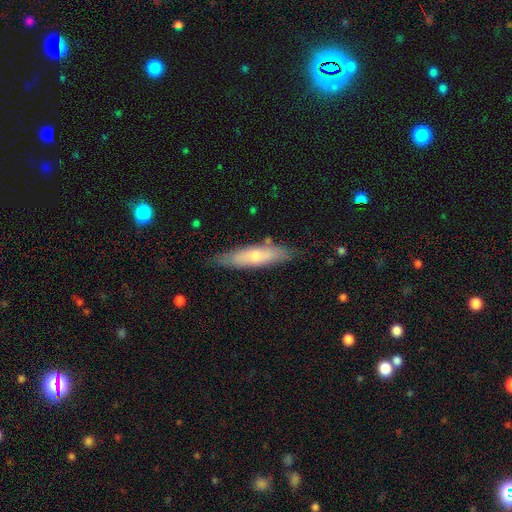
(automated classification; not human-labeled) Q: Smooth or featured?
A: smooth (54%); runner-up: featured or disk (40%)
Q: How rounded?
A: cigar-shaped (68%); runner-up: in between (30%)
Q: Merging?
A: none (78%); runner-up: minor disturbance (17%)